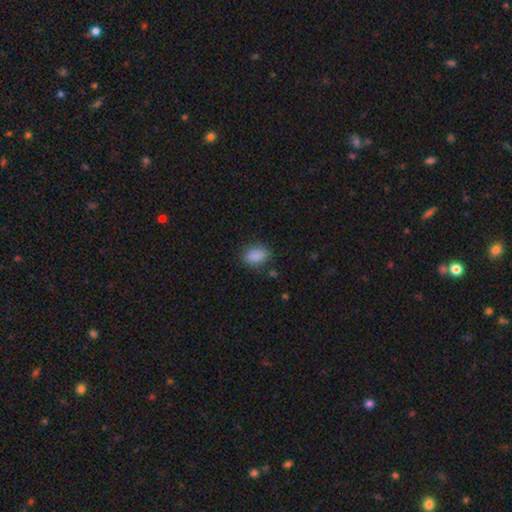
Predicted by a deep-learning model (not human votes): This is clearly a smooth galaxy (88%). How rounded: clearly in between (85%). Merging: clearly none (81%).